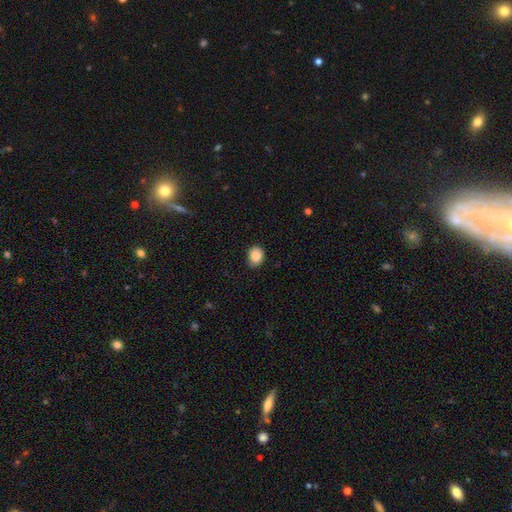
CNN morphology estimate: smooth-or-featured: smooth: 85% | star or artifact: 9% | featured or disk: 7%
  how-rounded: round: 55% | in between: 44% | cigar-shaped: 1%
  merging: none: 83% | minor disturbance: 14% | major disturbance: 2% | merger: 1%